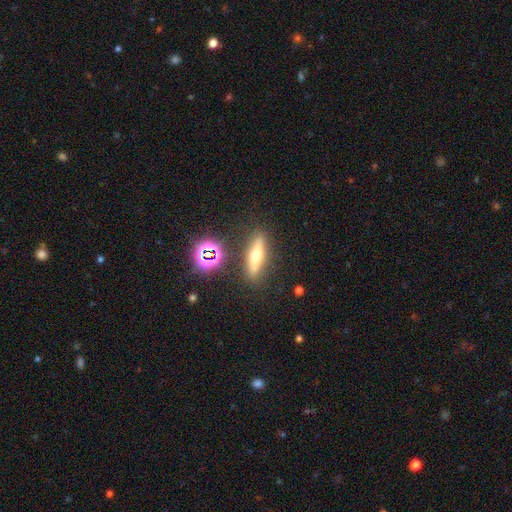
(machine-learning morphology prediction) A featured or disk galaxy (49%).

Vote fractions:
- Smooth or featured? featured or disk: 49% / smooth: 38% / star or artifact: 12%
- Merging? none: 85% / minor disturbance: 9% / merger: 3% / major disturbance: 3%